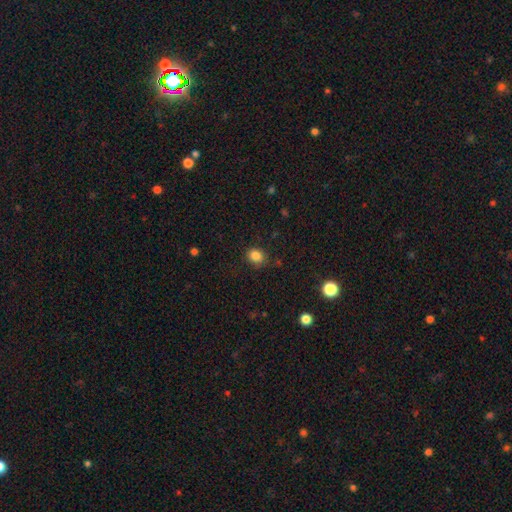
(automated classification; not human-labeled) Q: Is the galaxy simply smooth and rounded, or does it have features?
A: smooth — 84%.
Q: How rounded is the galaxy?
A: round — 65%.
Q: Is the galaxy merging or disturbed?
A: none — 84%.